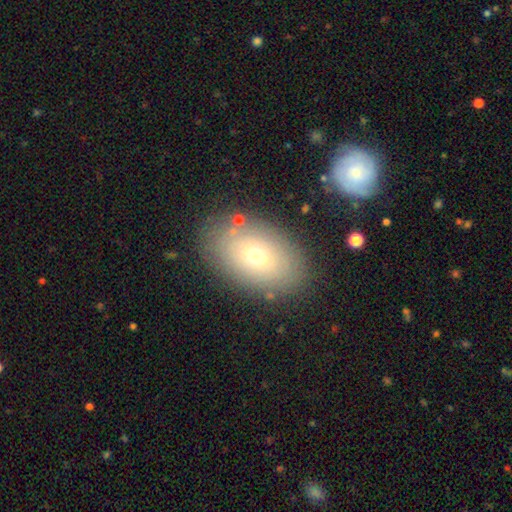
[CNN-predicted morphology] This is likely a smooth galaxy (64%). How rounded: clearly in between (87%). Merging: clearly none (81%).